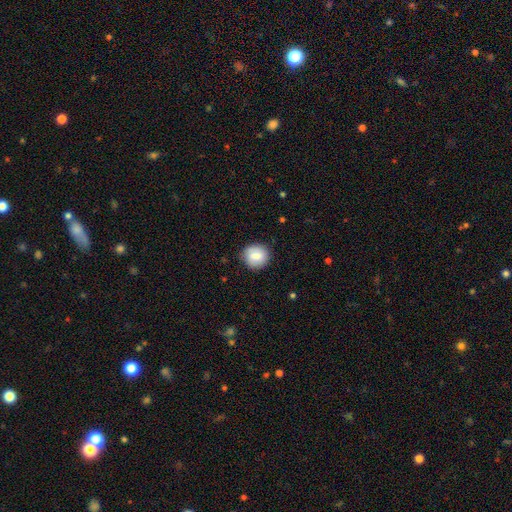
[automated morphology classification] smooth_or_featured: smooth (p=0.79) [alt: featured or disk p=0.13]
how_rounded: round (p=0.86) [alt: in between p=0.13]
merging: none (p=0.86) [alt: minor disturbance p=0.11]